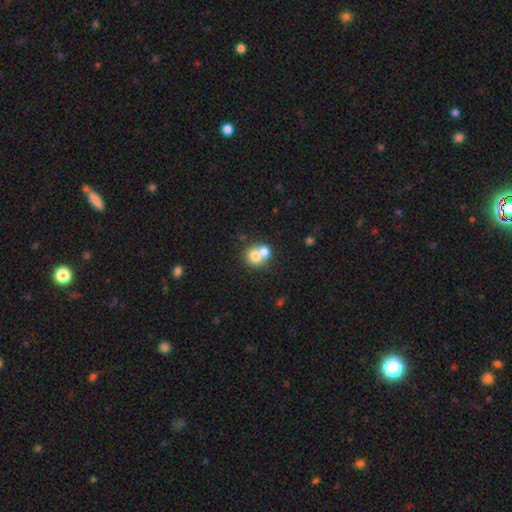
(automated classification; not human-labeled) Smooth or featured? Predicted: smooth (p=0.73). How rounded? Predicted: round (p=0.81). Merging? Predicted: merger (p=0.59).